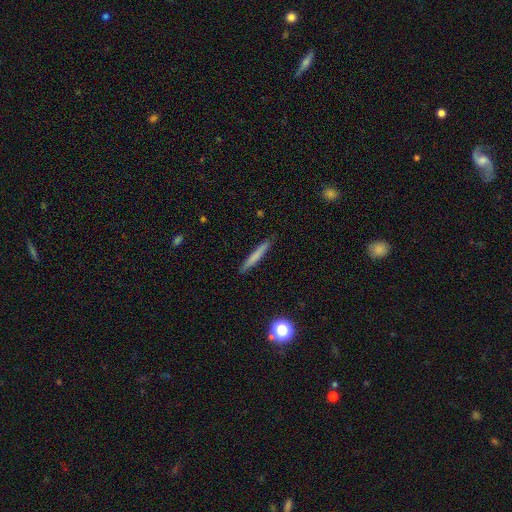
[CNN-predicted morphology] smooth 69%, featured or disk 24%, star or artifact 7%. Down the decision tree: how rounded — cigar-shaped (95%); merging — none (89%).